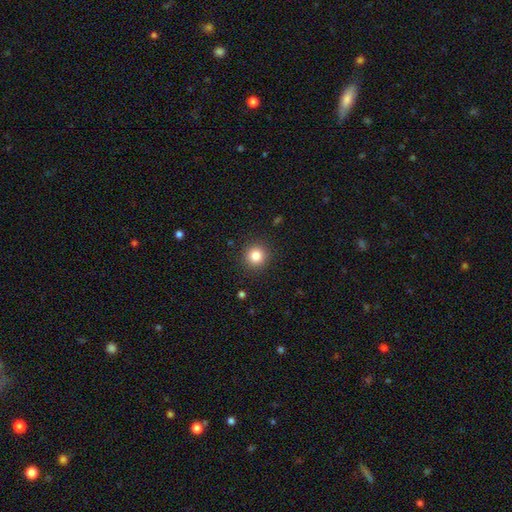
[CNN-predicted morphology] smooth_or_featured: smooth (p=0.84) [alt: star or artifact p=0.11]
how_rounded: round (p=0.94) [alt: in between p=0.05]
merging: none (p=0.91) [alt: minor disturbance p=0.06]